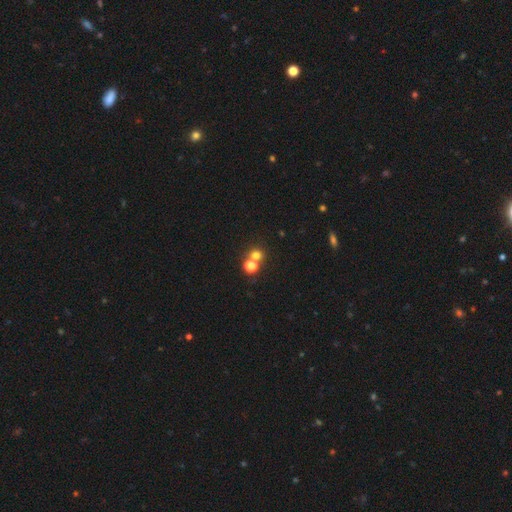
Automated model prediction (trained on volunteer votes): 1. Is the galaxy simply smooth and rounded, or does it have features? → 69% smooth, 22% star or artifact, 9% featured or disk.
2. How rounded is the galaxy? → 85% round, 14% in between, 1% cigar-shaped.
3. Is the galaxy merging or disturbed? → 55% none, 36% merger, 6% minor disturbance, 3% major disturbance.